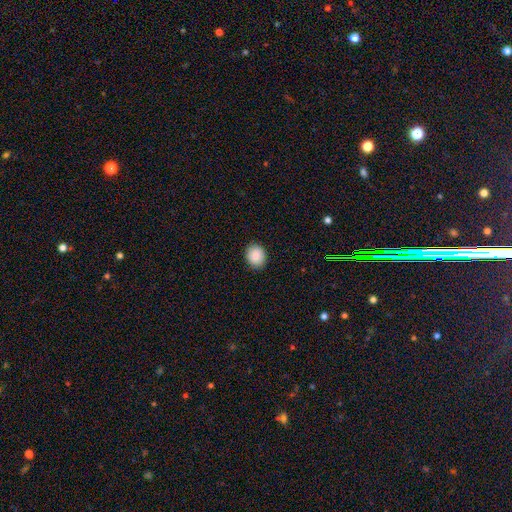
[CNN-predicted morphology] This is clearly a smooth galaxy (89%). How rounded: likely round (60%). Merging: clearly none (90%).